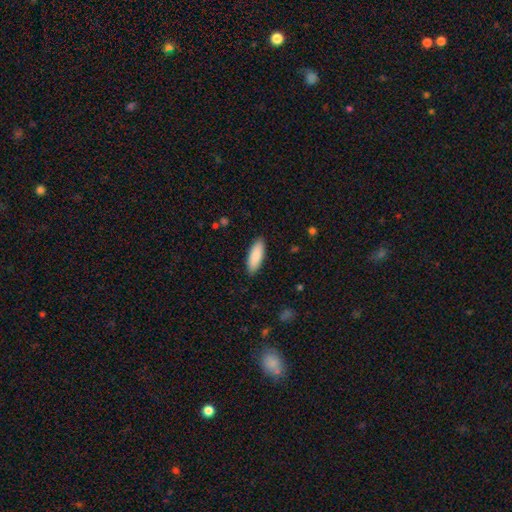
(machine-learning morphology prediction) Smooth or featured? Predicted: smooth (p=0.89). How rounded? Predicted: in between (p=0.64). Merging? Predicted: none (p=0.89).